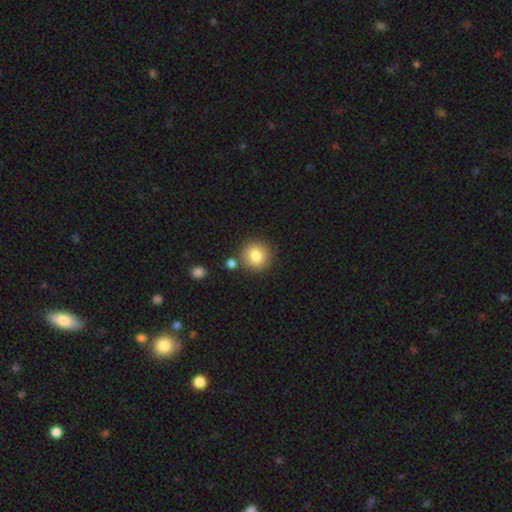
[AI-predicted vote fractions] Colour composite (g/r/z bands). It shows a smooth galaxy with no disk features (84%) that is round (92%). Merging: none (80%).